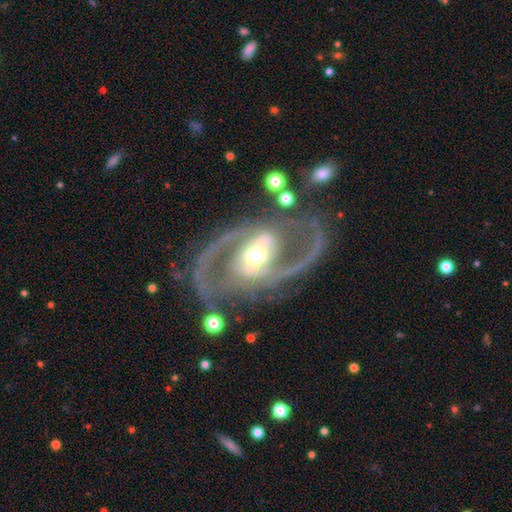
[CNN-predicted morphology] Smooth or featured? Predicted: featured or disk (p=0.91). Edge-on disk? Predicted: no (p=0.97). Bar? Predicted: strong (p=0.46). Spiral arms? Predicted: yes (p=0.93). Spiral winding? Predicted: medium (p=0.56). Spiral arm count? Predicted: 2 (p=0.90). Bulge size? Predicted: moderate (p=0.67). Merging? Predicted: none (p=0.67).